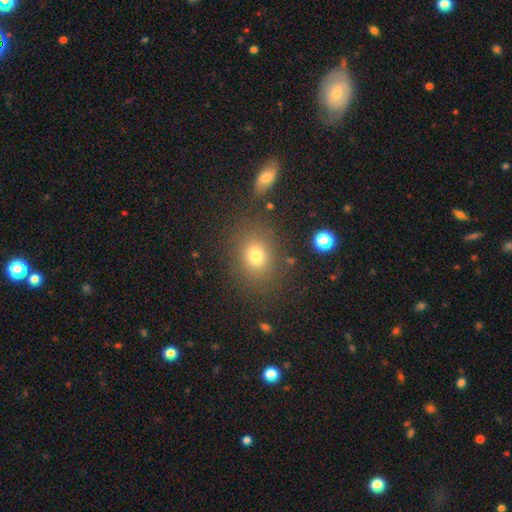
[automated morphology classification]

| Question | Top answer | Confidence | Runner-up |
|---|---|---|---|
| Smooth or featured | smooth | 76% | star or artifact (15%) |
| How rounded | round | 52% | in between (47%) |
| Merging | none | 81% | minor disturbance (11%) |